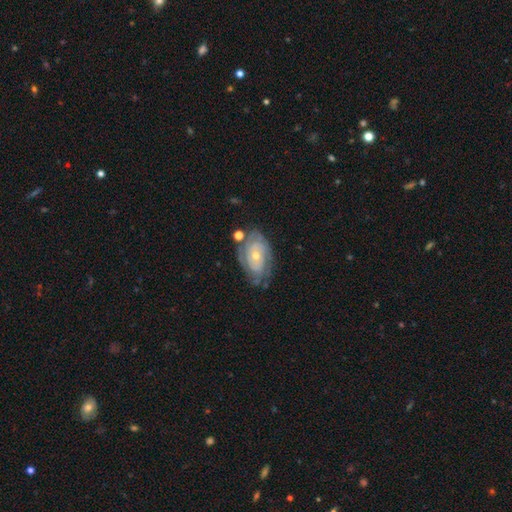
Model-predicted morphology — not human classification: The model was most divided on "spiral arm count": can't tell: 43%, 2: 31%, 3: 12%, 4: 6%, 1: 4%, more than 4: 4%. More confident: edge-on disk — no (95%); spiral arms — yes (87%); smooth or featured — featured or disk (77%); bar — no (74%); spiral winding — tight (68%); merging — none (66%); bulge size — small (57%).